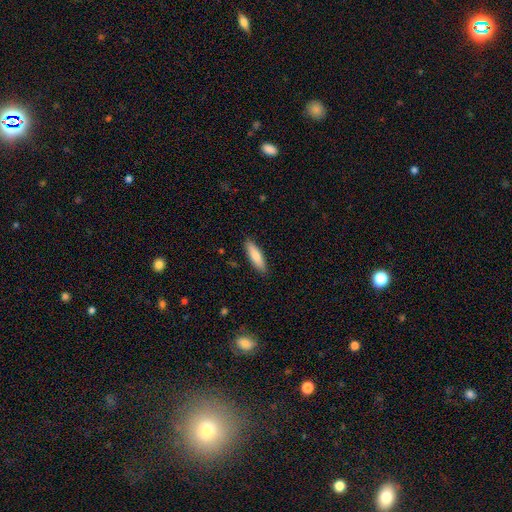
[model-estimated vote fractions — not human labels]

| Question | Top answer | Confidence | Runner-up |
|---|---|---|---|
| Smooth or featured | smooth | 80% | featured or disk (14%) |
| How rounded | cigar-shaped | 56% | in between (42%) |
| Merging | none | 88% | minor disturbance (9%) |